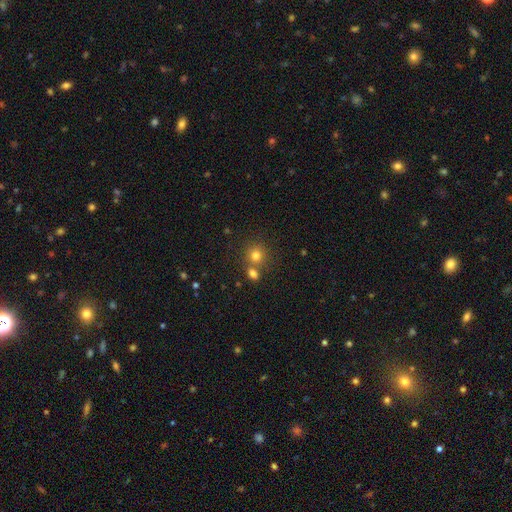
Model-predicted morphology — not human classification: smooth_or_featured: smooth (p=0.78) [alt: star or artifact p=0.14]
how_rounded: round (p=0.86) [alt: in between p=0.13]
merging: none (p=0.61) [alt: merger p=0.28]